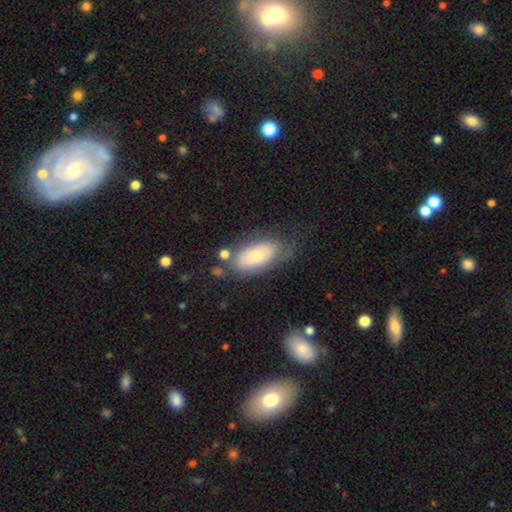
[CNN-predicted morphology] smooth 65%, featured or disk 28%, star or artifact 7%. Down the decision tree: how rounded — in between (91%); merging — none (57%).